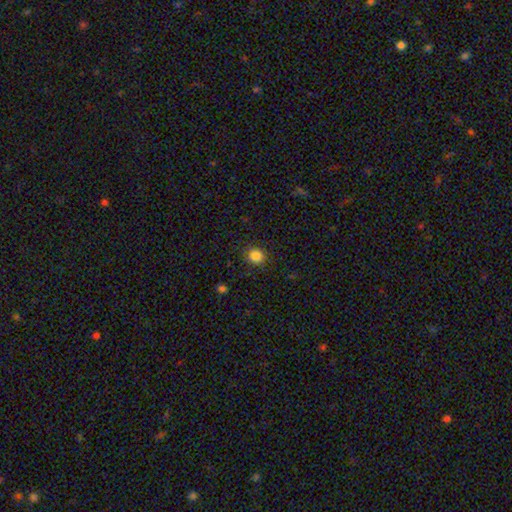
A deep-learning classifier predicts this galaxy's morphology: Smooth or featured? Predicted: smooth (p=0.85). How rounded? Predicted: round (p=0.81). Merging? Predicted: none (p=0.87).